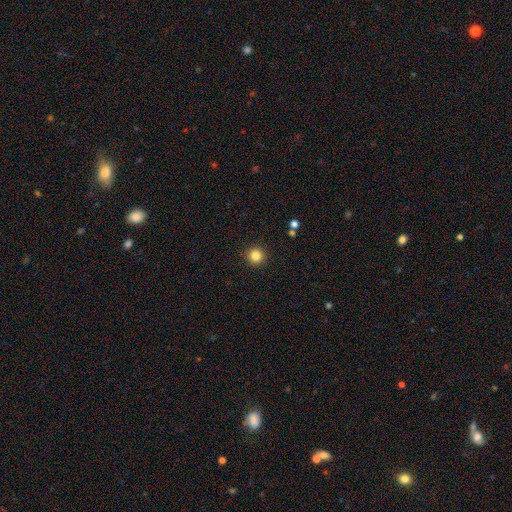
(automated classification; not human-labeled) The model was most divided on "smooth or featured": smooth: 84%, star or artifact: 11%, featured or disk: 5%. More confident: how rounded — round (96%); merging — none (92%).